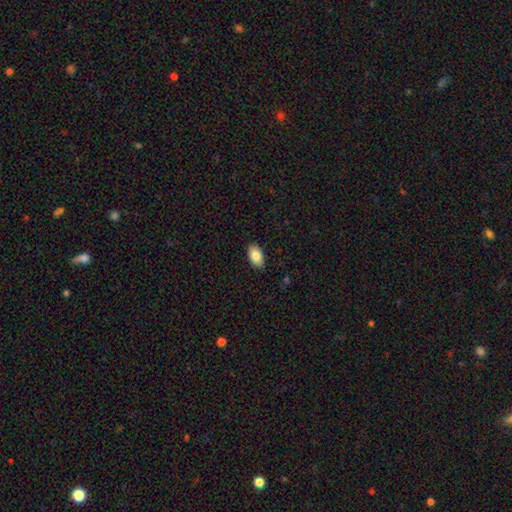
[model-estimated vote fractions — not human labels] smooth_or_featured: smooth (p=0.84) [alt: featured or disk p=0.09]
how_rounded: in between (p=0.93) [alt: round p=0.05]
merging: none (p=0.89) [alt: minor disturbance p=0.08]